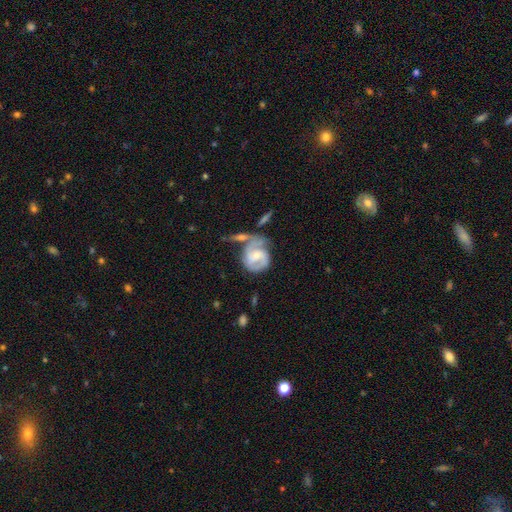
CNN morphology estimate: Q: Smooth or featured?
A: featured or disk (80%); runner-up: smooth (15%)
Q: Edge-on disk?
A: no (97%); runner-up: yes (3%)
Q: Bar?
A: weak (47%); runner-up: no (41%)
Q: Spiral arms?
A: yes (93%); runner-up: no (7%)
Q: Spiral winding?
A: medium (47%); runner-up: tight (37%)
Q: Spiral arm count?
A: 2 (70%); runner-up: can't tell (12%)
Q: Bulge size?
A: small (49%); runner-up: moderate (41%)
Q: Merging?
A: none (34%); runner-up: merger (29%)